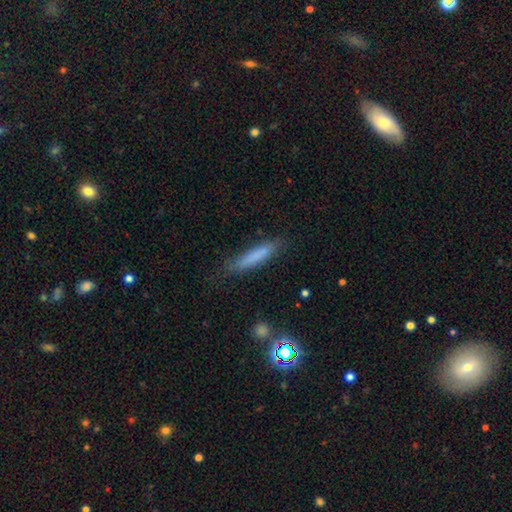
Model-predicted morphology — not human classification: The model was most divided on "smooth or featured": smooth: 75%, featured or disk: 17%, star or artifact: 8%. More confident: how rounded — cigar-shaped (89%); merging — none (81%).